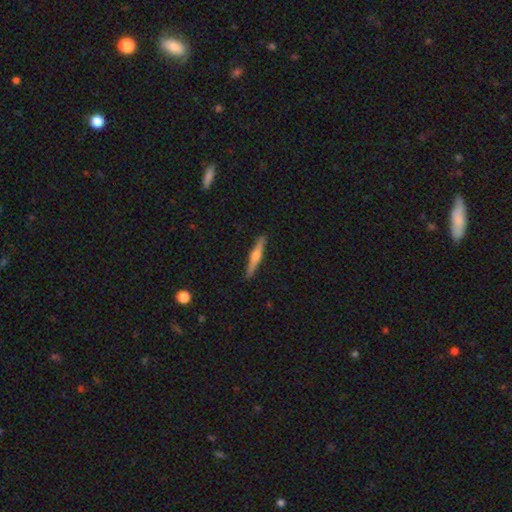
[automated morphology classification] type=featured or disk (63%); edge-on=yes (98%); edge-on bulge=rounded (86%); merging=none (92%).